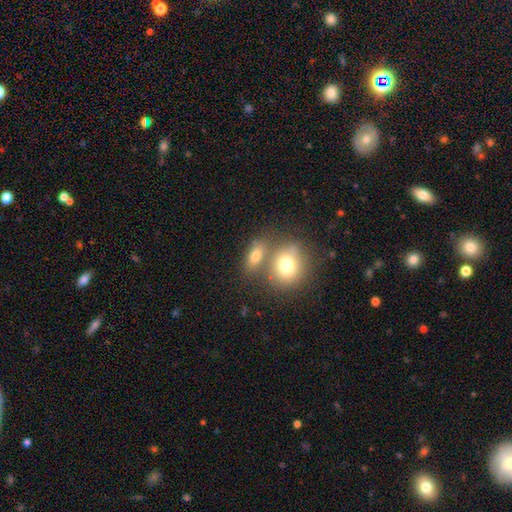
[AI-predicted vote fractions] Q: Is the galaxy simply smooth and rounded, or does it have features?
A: smooth — 74%.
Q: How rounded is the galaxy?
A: in between — 65%.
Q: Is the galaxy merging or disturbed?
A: none — 47%.